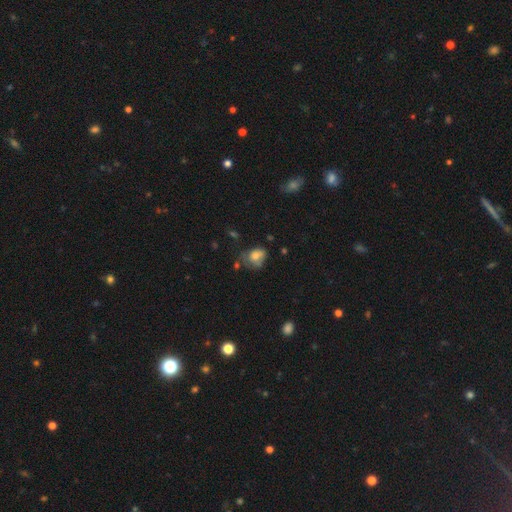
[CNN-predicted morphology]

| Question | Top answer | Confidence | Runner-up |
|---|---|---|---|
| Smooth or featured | smooth | 66% | featured or disk (22%) |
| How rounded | in between | 63% | round (36%) |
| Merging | none | 38% | minor disturbance (33%) |